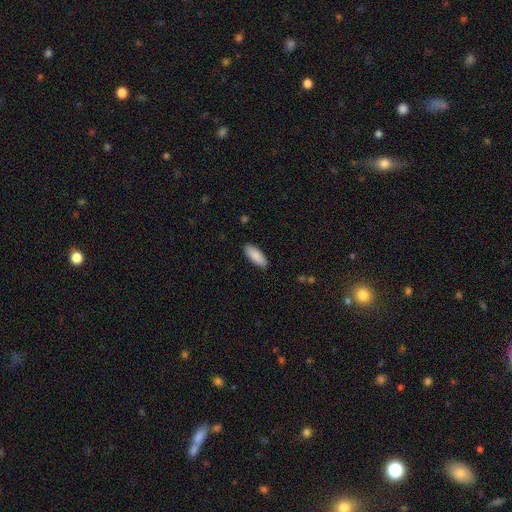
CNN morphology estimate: smooth 90%, star or artifact 6%, featured or disk 5%. Down the decision tree: how rounded — in between (76%); merging — none (89%).